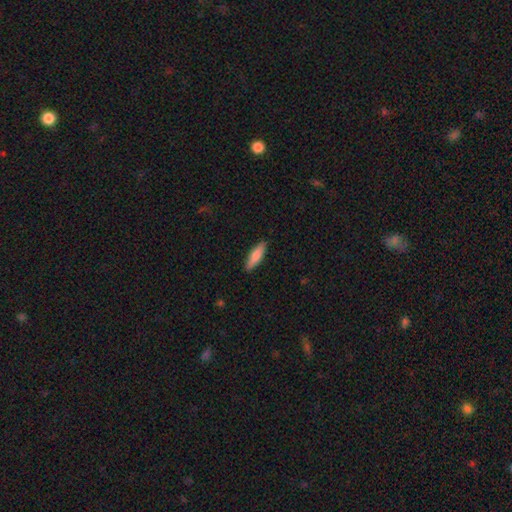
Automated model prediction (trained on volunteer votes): Smooth or featured: smooth — 80% (featured or disk — 15%)
How rounded: cigar-shaped — 62% (in between — 37%)
Merging: none — 89% (minor disturbance — 8%)